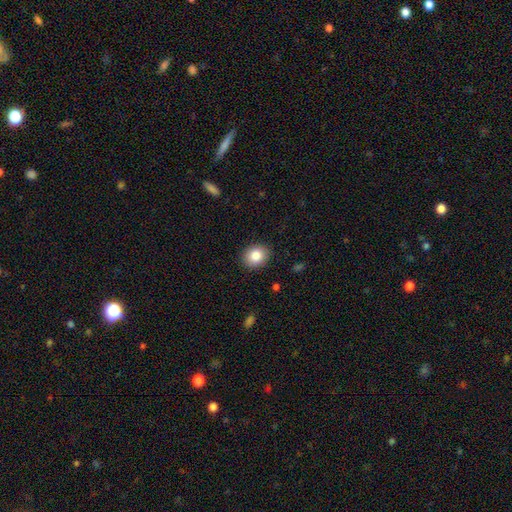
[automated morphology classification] Q: Smooth or featured?
A: smooth (85%); runner-up: star or artifact (9%)
Q: How rounded?
A: round (57%); runner-up: in between (42%)
Q: Merging?
A: none (89%); runner-up: minor disturbance (8%)